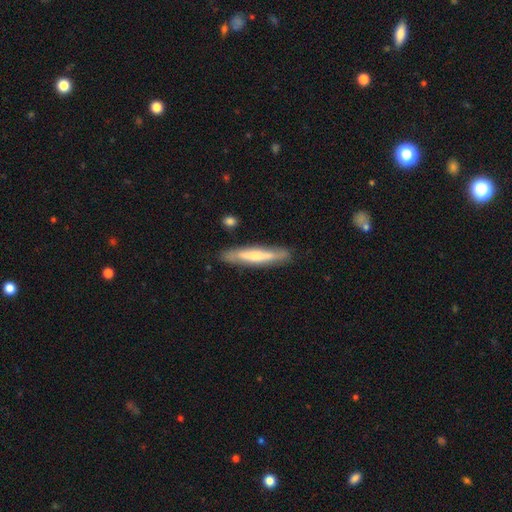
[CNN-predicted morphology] Smooth or featured? featured or disk (49%)
Merging? none (83%)